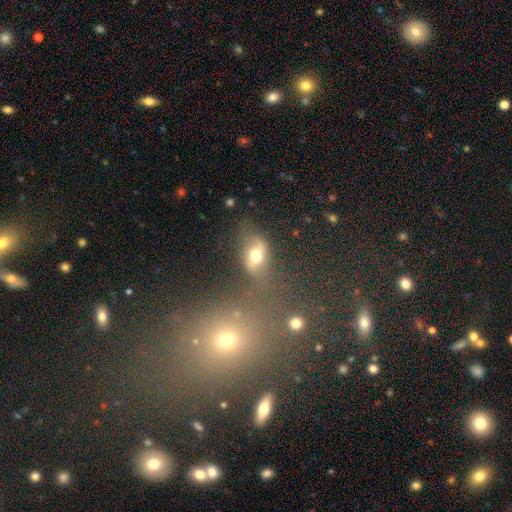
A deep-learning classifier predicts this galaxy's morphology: Q: Smooth or featured?
A: smooth (56%); runner-up: featured or disk (31%)
Q: How rounded?
A: in between (75%); runner-up: round (20%)
Q: Merging?
A: none (58%); runner-up: minor disturbance (20%)